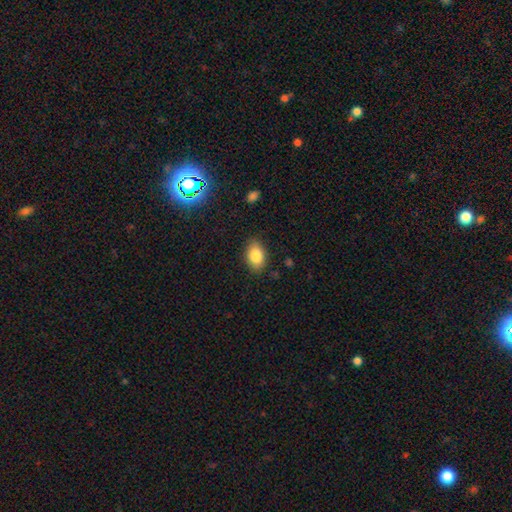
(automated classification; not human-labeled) smooth_or_featured: smooth (p=0.84) [alt: star or artifact p=0.08]
how_rounded: in between (p=0.86) [alt: round p=0.13]
merging: none (p=0.85) [alt: minor disturbance p=0.12]